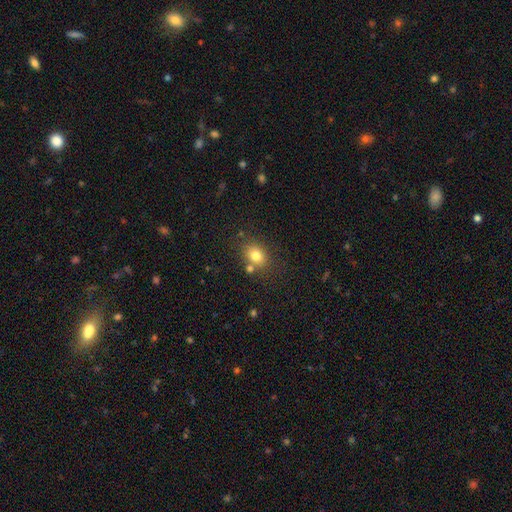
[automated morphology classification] type=smooth (79%); roundness=in between (61%); merging=none (70%).